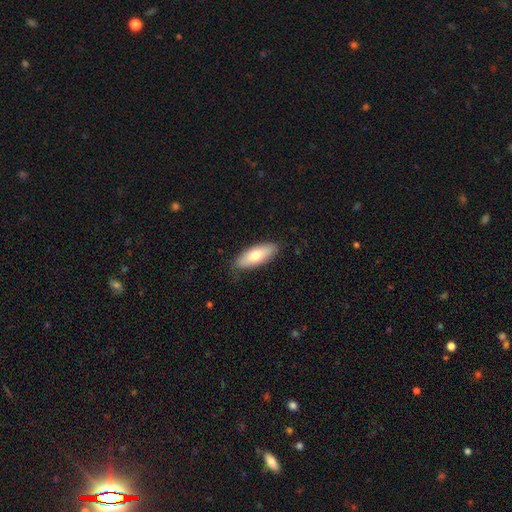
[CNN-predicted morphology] A smooth galaxy with no disk features (72%) that is in between round and cigar-shaped (78%).

Vote fractions:
- Smooth or featured? smooth: 72% / featured or disk: 22% / star or artifact: 6%
- How rounded? in between: 78% / cigar-shaped: 20% / round: 2%
- Merging? none: 84% / minor disturbance: 13% / major disturbance: 2% / merger: 1%